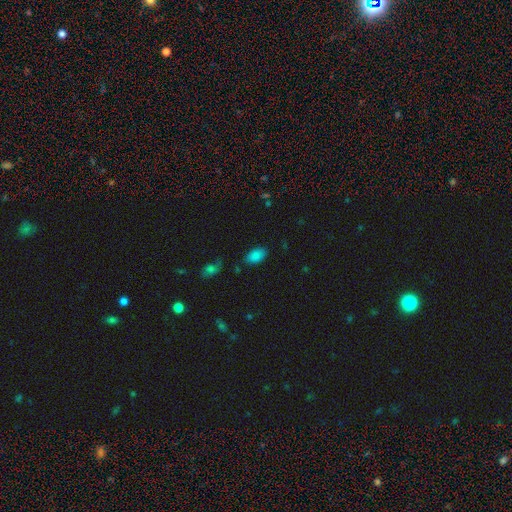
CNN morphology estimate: type=smooth (84%); roundness=in between (94%); merging=none (82%).